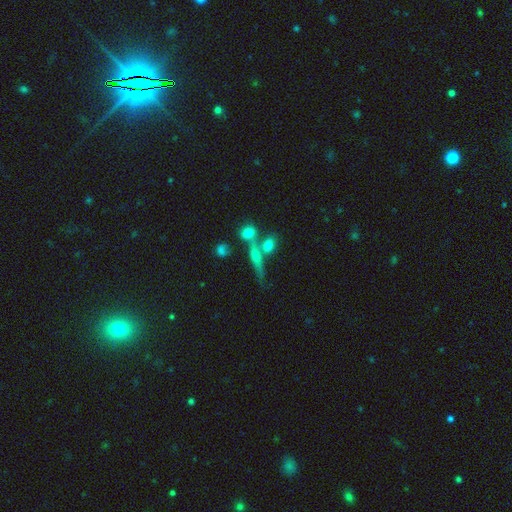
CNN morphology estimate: The model was most divided on "smooth or featured" (2-way tie): smooth: 44%, featured or disk: 44%, star or artifact: 12%. More confident: merging — none (51%).